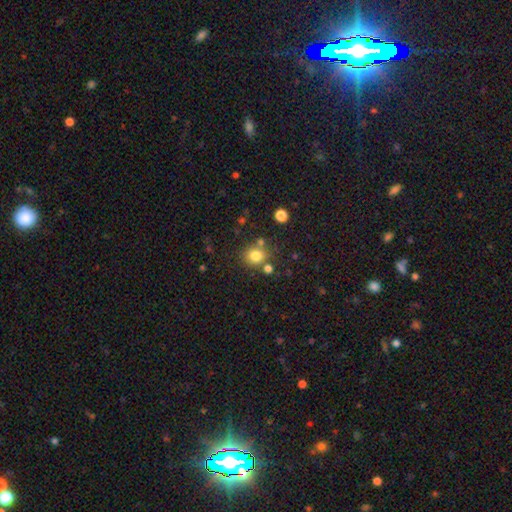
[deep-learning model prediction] Smooth or featured: smooth — 79% (star or artifact — 13%)
How rounded: round — 79% (in between — 20%)
Merging: none — 71% (merger — 13%)